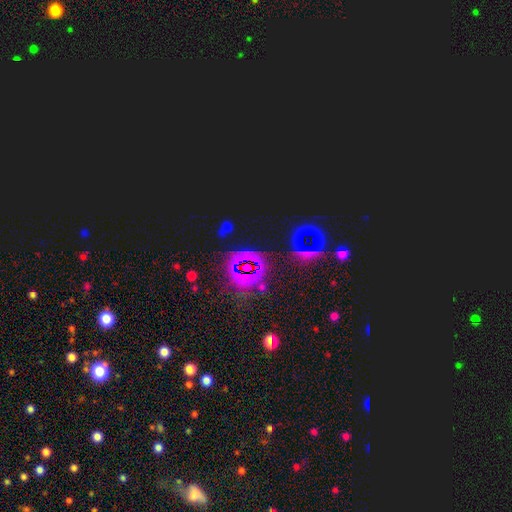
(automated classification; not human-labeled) A star or artifact, not a galaxy (80%).